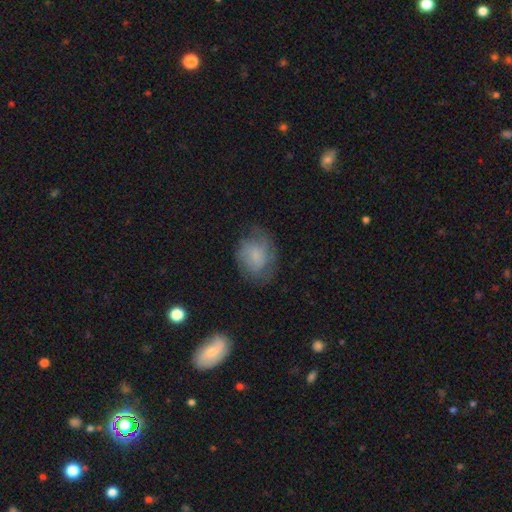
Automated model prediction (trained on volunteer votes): Smooth or featured: smooth — 48% (featured or disk — 42%)
Merging: none — 61% (minor disturbance — 24%)